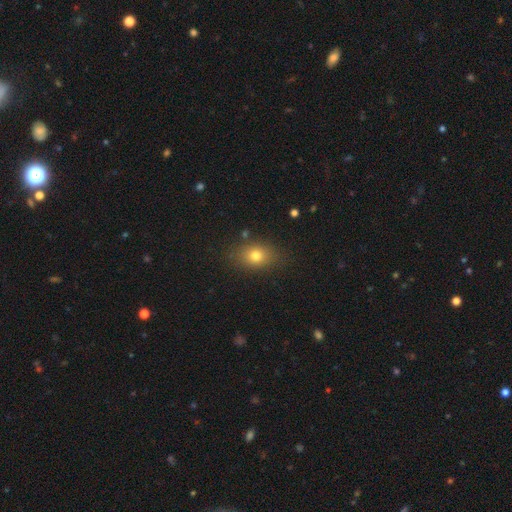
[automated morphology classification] Overall: smooth (77%). How rounded: in between (67%; round 31%). Merging: none (83%).